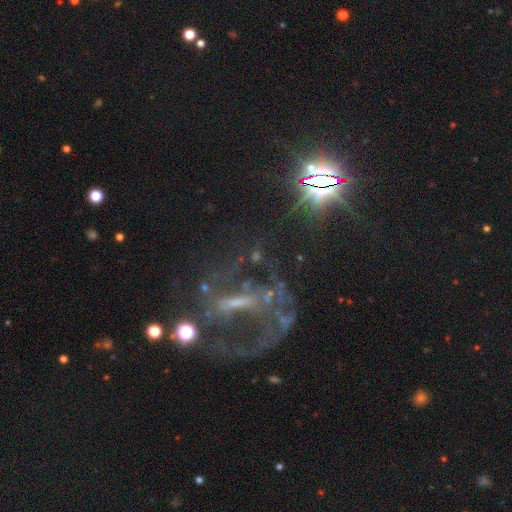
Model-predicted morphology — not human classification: Smooth or featured? featured or disk (49%)
Merging? none (44%)